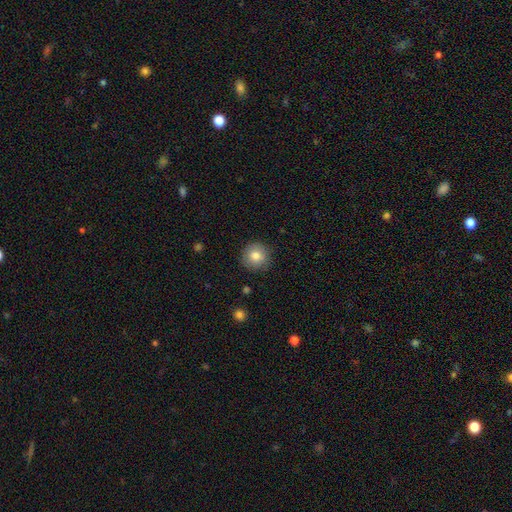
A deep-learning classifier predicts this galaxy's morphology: smooth_or_featured: smooth (p=0.81) [alt: featured or disk p=0.10]
how_rounded: round (p=0.94) [alt: in between p=0.05]
merging: none (p=0.88) [alt: minor disturbance p=0.08]